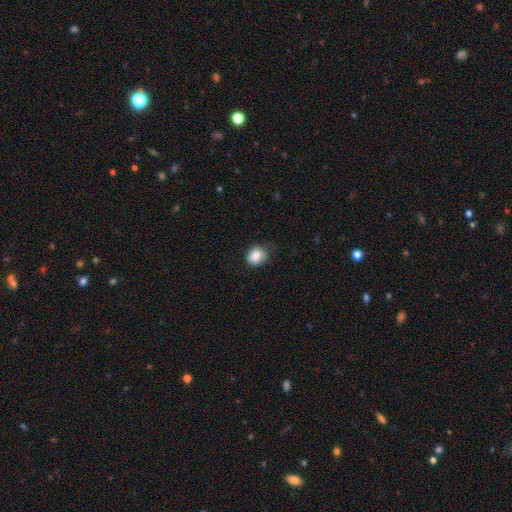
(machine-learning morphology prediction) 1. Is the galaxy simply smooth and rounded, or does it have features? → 84% smooth, 9% star or artifact, 7% featured or disk.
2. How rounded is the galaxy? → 61% round, 38% in between, 1% cigar-shaped.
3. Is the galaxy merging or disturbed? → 74% none, 20% minor disturbance, 4% major disturbance, 1% merger.